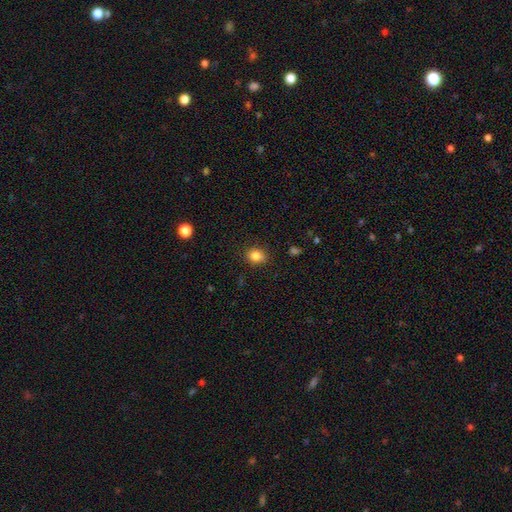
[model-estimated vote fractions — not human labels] Smooth or featured: smooth — 83% (star or artifact — 11%)
How rounded: round — 63% (in between — 36%)
Merging: none — 84% (minor disturbance — 12%)